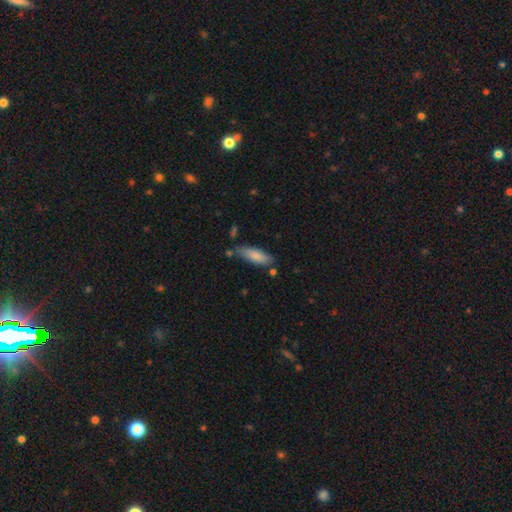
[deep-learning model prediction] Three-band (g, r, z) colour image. It shows a smooth galaxy with no disk features (82%) that is in between round and cigar-shaped (50%). Merging: none (71%).